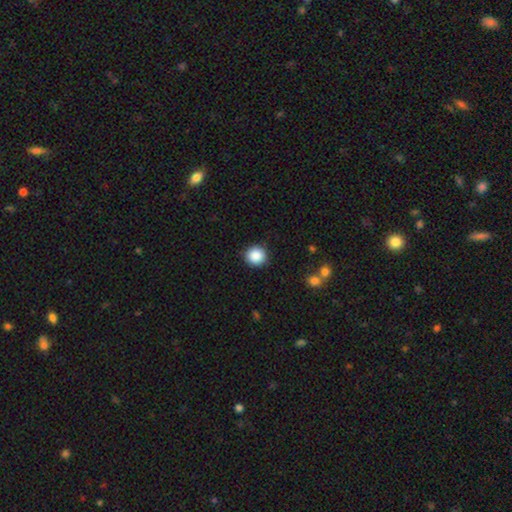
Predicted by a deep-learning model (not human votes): The model was most divided on "smooth or featured": smooth: 88%, star or artifact: 9%, featured or disk: 3%. More confident: how rounded — round (94%); merging — none (90%).